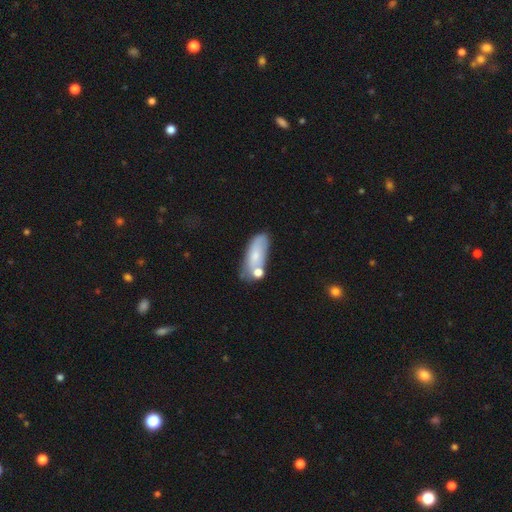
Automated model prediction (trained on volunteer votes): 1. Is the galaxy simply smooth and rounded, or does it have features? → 68% smooth, 24% featured or disk, 7% star or artifact.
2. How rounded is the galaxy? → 78% in between, 18% cigar-shaped, 3% round.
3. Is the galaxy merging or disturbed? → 47% none, 23% minor disturbance, 22% merger, 8% major disturbance.